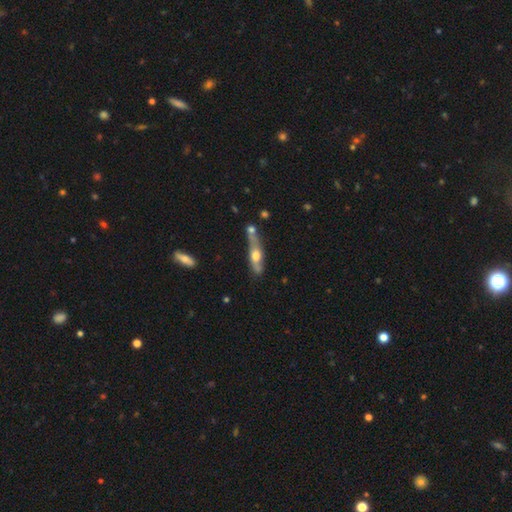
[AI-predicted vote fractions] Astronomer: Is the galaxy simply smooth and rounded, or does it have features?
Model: featured or disk — 52% (runner-up: smooth, 41%).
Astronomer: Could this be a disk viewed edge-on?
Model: yes — 72%.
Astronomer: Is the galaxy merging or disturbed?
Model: none — 50%.